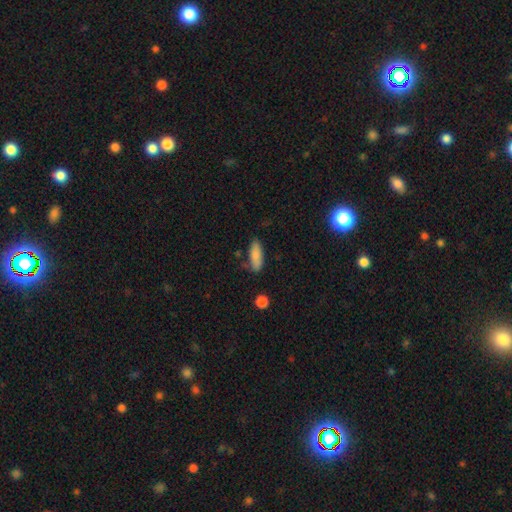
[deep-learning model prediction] Smooth or featured? smooth (85%)
How rounded? in between (68%)
Merging? none (72%)